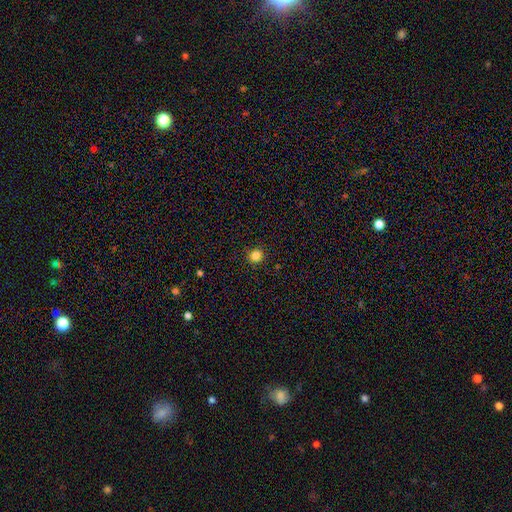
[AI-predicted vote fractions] smooth_or_featured: smooth (p=0.84) [alt: star or artifact p=0.12]
how_rounded: round (p=0.90) [alt: in between p=0.09]
merging: none (p=0.92) [alt: minor disturbance p=0.06]